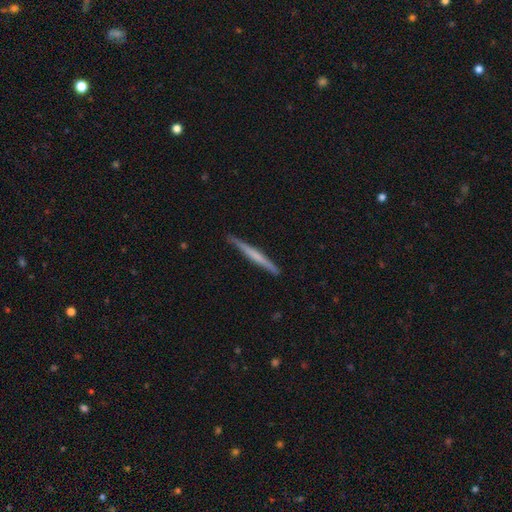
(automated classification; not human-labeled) smooth_or_featured: featured or disk (p=0.52) [alt: smooth p=0.43]
disk_edge_on: yes (p=0.98) [alt: no p=0.02]
edge_on_bulge: none (p=0.68) [alt: rounded p=0.21]
merging: none (p=0.89) [alt: minor disturbance p=0.09]